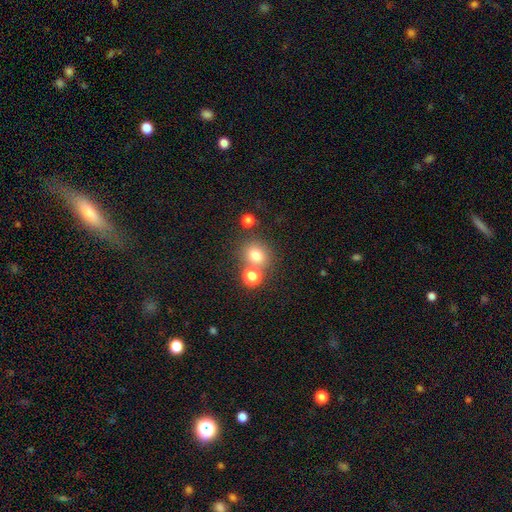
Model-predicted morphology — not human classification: Smooth or featured: smooth — 75% (star or artifact — 16%)
How rounded: round — 78% (in between — 21%)
Merging: none — 66% (merger — 20%)